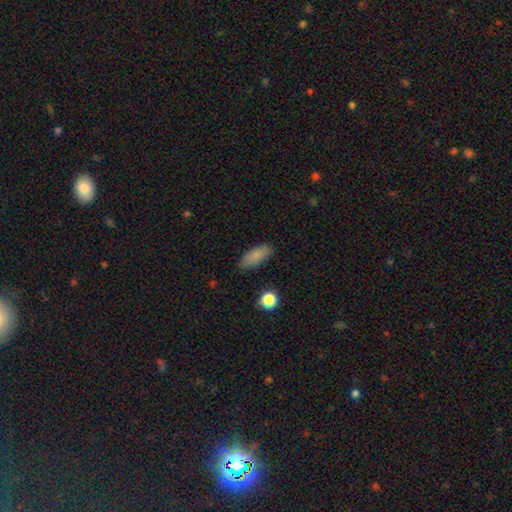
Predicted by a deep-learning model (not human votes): A smooth galaxy with no disk features (84%) that is in between round and cigar-shaped (76%). Merging: none (86%).